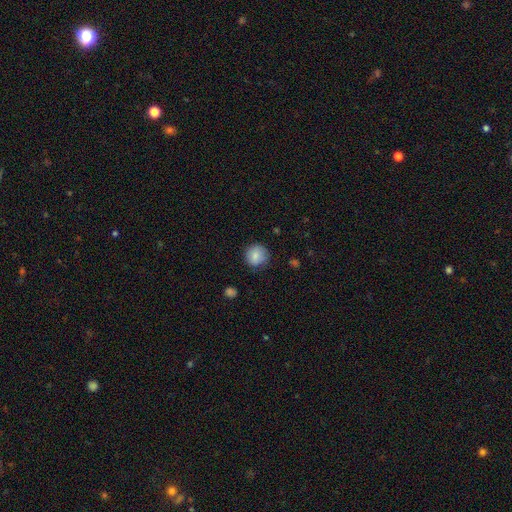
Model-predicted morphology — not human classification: The model was most divided on "merging": none: 79%, minor disturbance: 16%, major disturbance: 4%, merger: 1%. More confident: how rounded — round (90%); smooth or featured — smooth (85%).